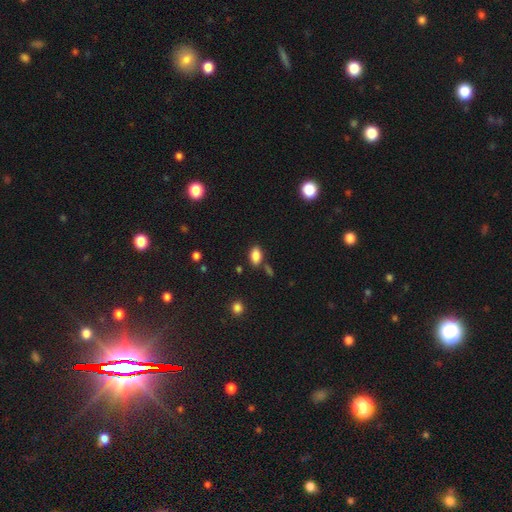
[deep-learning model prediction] Smooth or featured? smooth (85%)
How rounded? in between (90%)
Merging? none (75%)